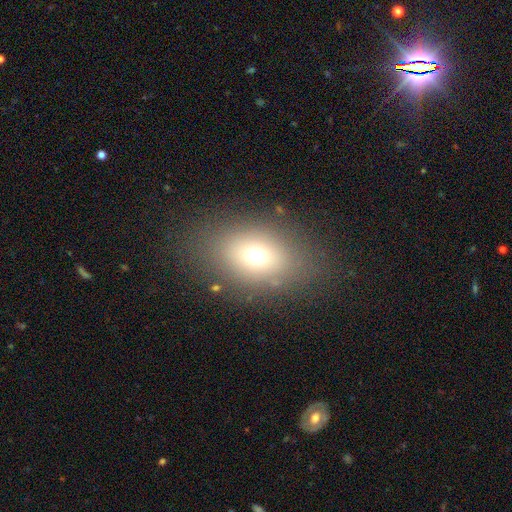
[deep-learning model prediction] A smooth galaxy with no disk features (69%) that is in between round and cigar-shaped (69%). Merging: none (79%).